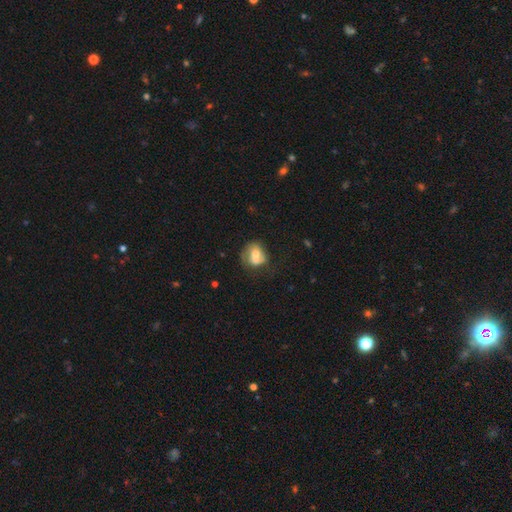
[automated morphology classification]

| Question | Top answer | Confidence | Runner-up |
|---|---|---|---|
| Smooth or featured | smooth | 57% | featured or disk (34%) |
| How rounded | round | 57% | in between (42%) |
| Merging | none | 43% | minor disturbance (28%) |